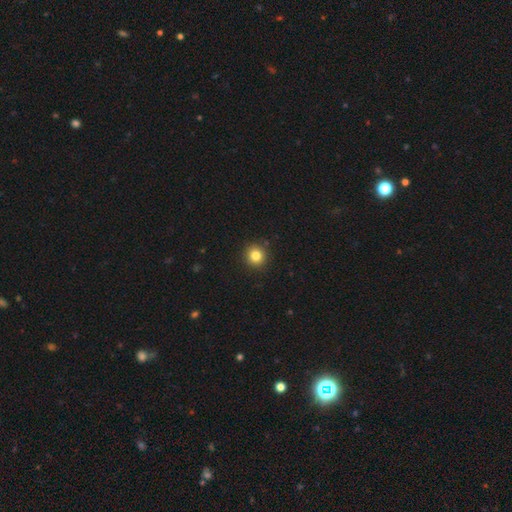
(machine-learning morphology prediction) Smooth or featured? Predicted: smooth (p=0.82). How rounded? Predicted: round (p=0.93). Merging? Predicted: none (p=0.91).